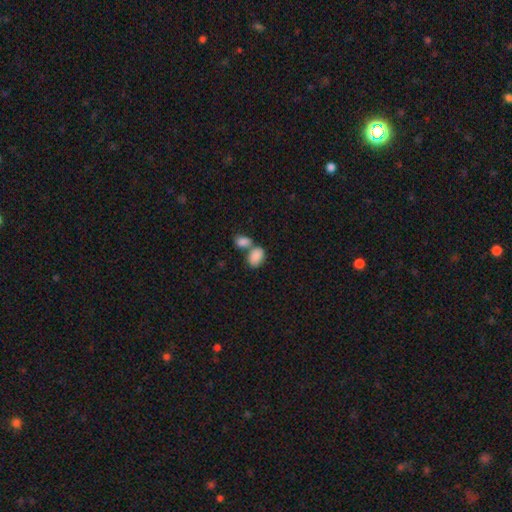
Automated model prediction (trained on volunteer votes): A smooth galaxy with no disk features (86%) that is in between round and cigar-shaped (89%). Merging: merger (57%).